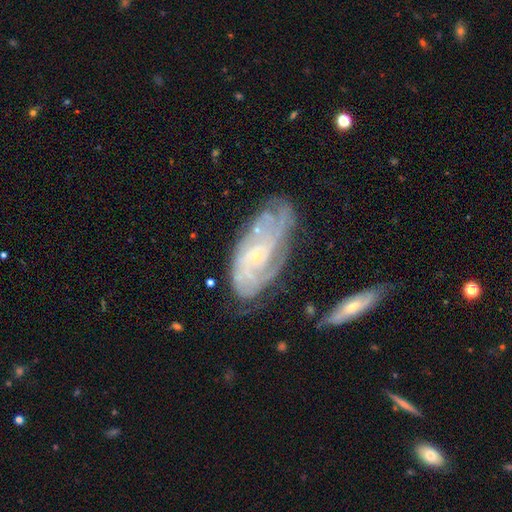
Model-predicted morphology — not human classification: smooth-or-featured: featured or disk: 81% | smooth: 12% | star or artifact: 7%
  disk-edge-on: no: 93% | yes: 7%
    bar: no: 72% | weak: 23% | strong: 5%
    has-spiral-arms: yes: 92% | no: 8%
      spiral-winding: tight: 66% | medium: 27% | loose: 7%
      spiral-arm-count: can't tell: 42% | 4: 17% | 3: 15% | 2: 13% | more than 4: 7% | 1: 5%
    bulge-size: small: 81% | moderate: 11% | none: 5% | large: 1% | dominant: 1%
  merging: none: 60% | minor disturbance: 23% | major disturbance: 11% | merger: 5%